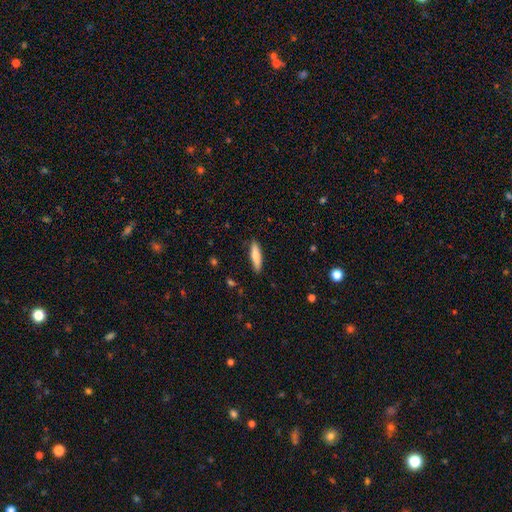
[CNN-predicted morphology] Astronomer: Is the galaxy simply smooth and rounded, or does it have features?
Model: smooth — 79%.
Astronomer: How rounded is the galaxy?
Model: cigar-shaped — 70%.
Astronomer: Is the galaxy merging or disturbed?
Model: none — 87%.